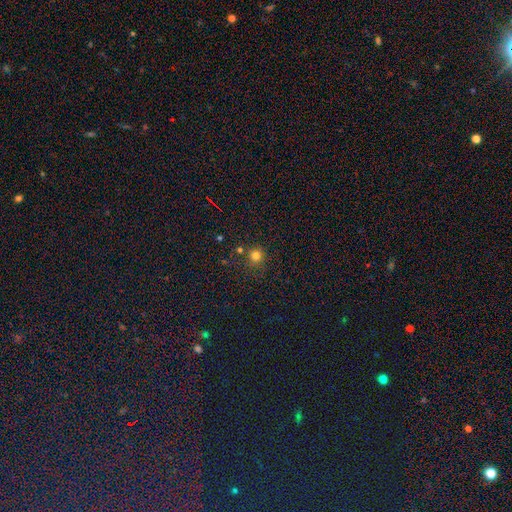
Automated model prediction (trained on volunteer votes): This is likely a smooth galaxy (77%). How rounded: clearly round (93%). Merging: likely none (76%).